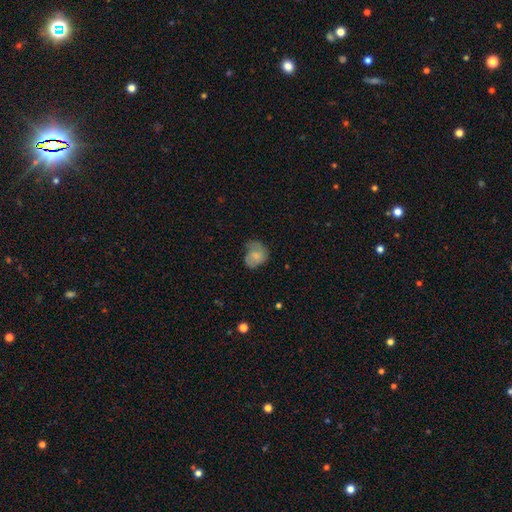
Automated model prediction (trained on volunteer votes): Smooth or featured?
  - smooth: 65% *
  - featured or disk: 27%
  - star or artifact: 8%
How rounded?
  - round: 59% *
  - in between: 40%
  - cigar-shaped: 1%
Merging?
  - none: 46% *
  - minor disturbance: 35%
  - major disturbance: 17%
  - merger: 2%